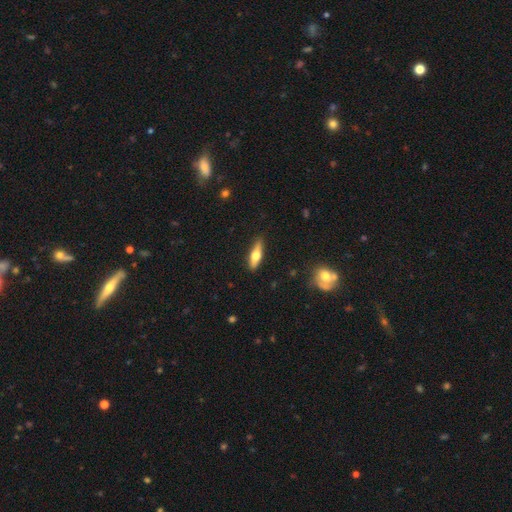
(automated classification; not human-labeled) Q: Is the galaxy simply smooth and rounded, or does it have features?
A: smooth — 56%.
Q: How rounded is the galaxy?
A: cigar-shaped — 56%.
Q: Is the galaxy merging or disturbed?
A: none — 86%.